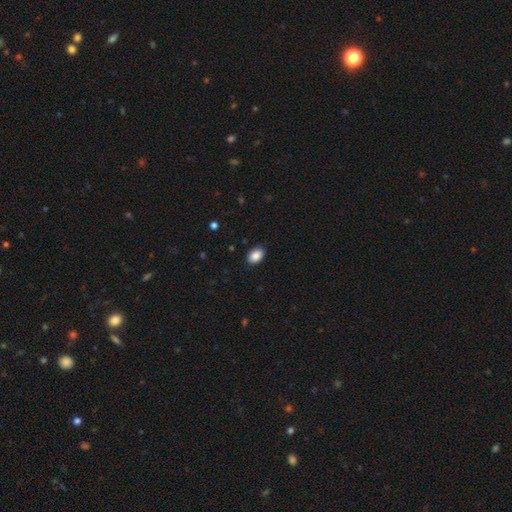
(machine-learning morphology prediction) This appears to be a smooth galaxy with no disk features (89%) that is in between round and cigar-shaped (85%). Merging: none (88%).